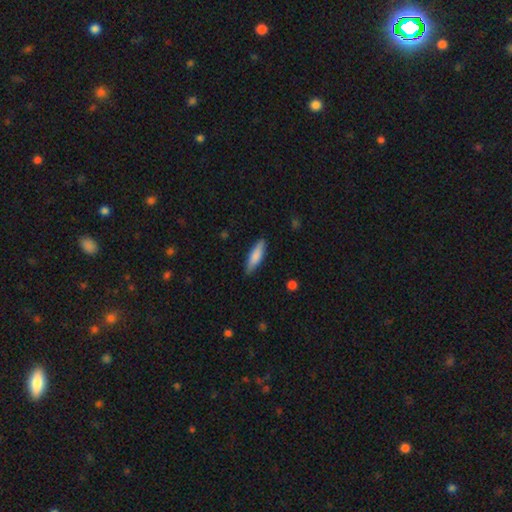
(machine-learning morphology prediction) A smooth galaxy with no disk features (79%) that is cigar-shaped (62%).

Vote fractions:
- Smooth or featured? smooth: 79% / featured or disk: 15% / star or artifact: 6%
- How rounded? cigar-shaped: 62% / in between: 36% / round: 2%
- Merging? none: 86% / minor disturbance: 11% / major disturbance: 2% / merger: 1%